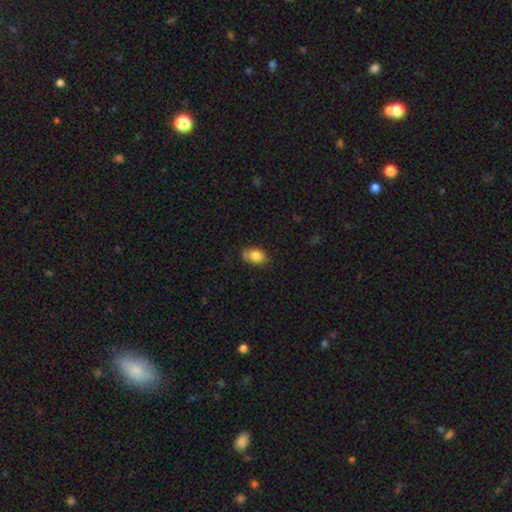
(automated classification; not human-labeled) The model was most divided on "merging": none: 61%, minor disturbance: 28%, major disturbance: 6%, merger: 5%. More confident: smooth or featured — smooth (82%); how rounded — in between (80%).